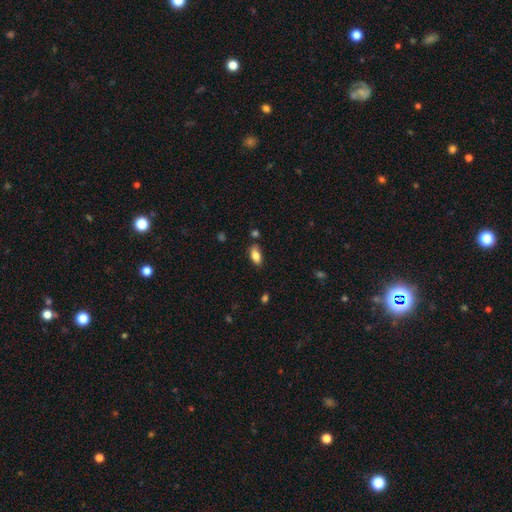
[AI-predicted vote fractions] A smooth galaxy with no disk features (83%) that is in between round and cigar-shaped (90%). Merging: none (77%).